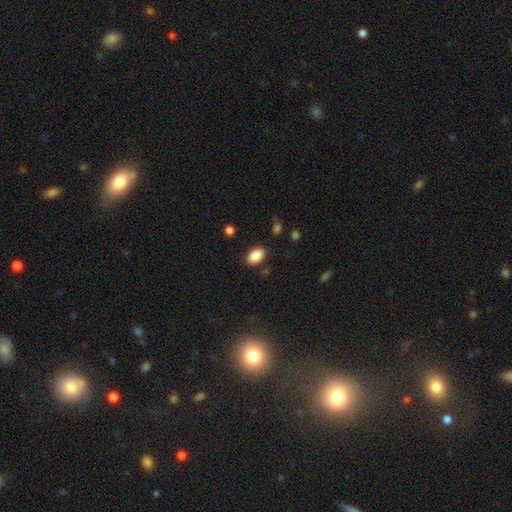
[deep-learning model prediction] Overall: smooth (89%). How rounded: in between (90%). Merging: none (86%).